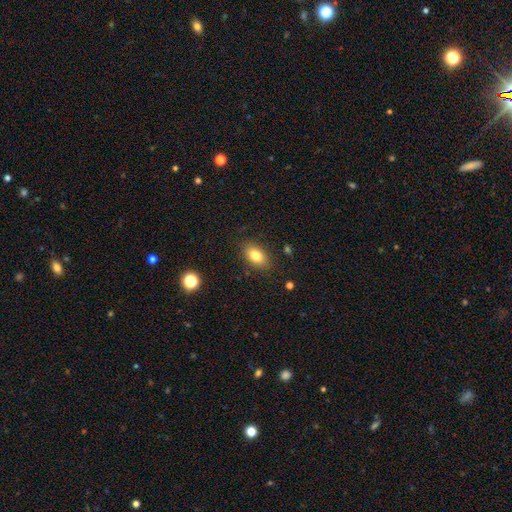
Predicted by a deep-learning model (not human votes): smooth-or-featured: smooth: 80% | featured or disk: 11% | star or artifact: 9%
  how-rounded: in between: 87% | round: 10% | cigar-shaped: 2%
  merging: none: 86% | minor disturbance: 10% | major disturbance: 3% | merger: 1%